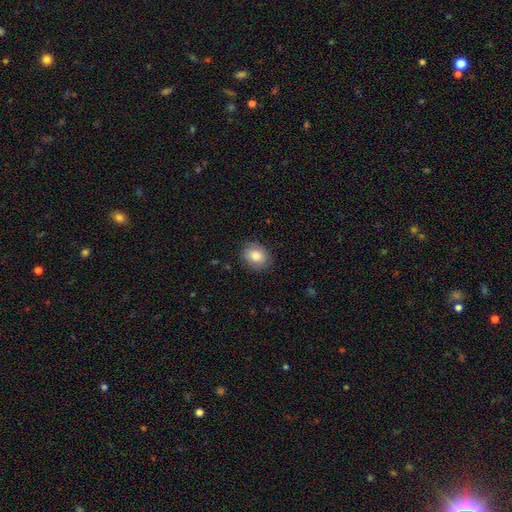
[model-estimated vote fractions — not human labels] Q: Smooth or featured?
A: smooth (82%); runner-up: featured or disk (10%)
Q: How rounded?
A: in between (52%); runner-up: round (47%)
Q: Merging?
A: none (84%); runner-up: minor disturbance (12%)